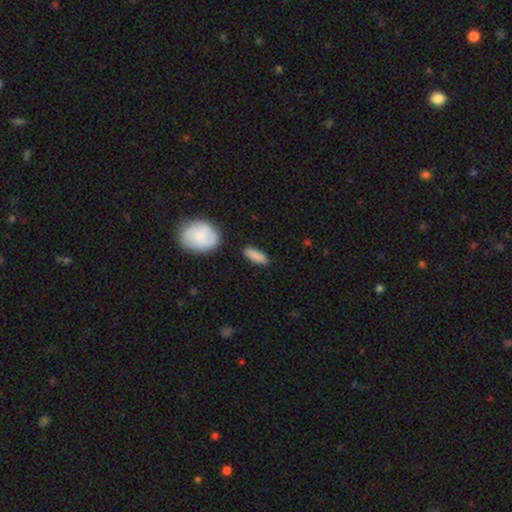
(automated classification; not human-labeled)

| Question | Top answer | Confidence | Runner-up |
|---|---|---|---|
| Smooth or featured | smooth | 84% | featured or disk (10%) |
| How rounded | in between | 53% | cigar-shaped (44%) |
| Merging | none | 82% | minor disturbance (12%) |